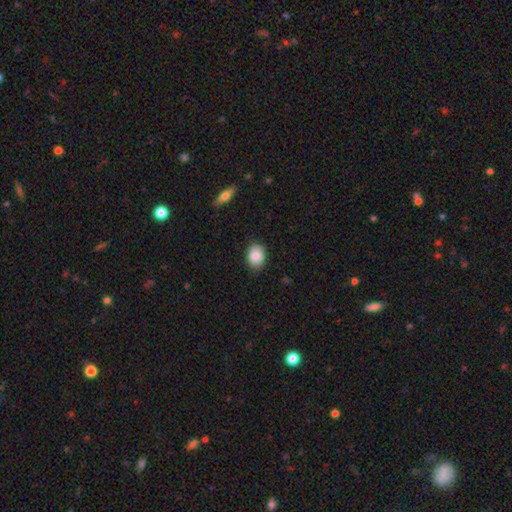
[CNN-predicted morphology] A smooth galaxy with no disk features (87%) that is in between round and cigar-shaped (68%).

Vote fractions:
- Smooth or featured? smooth: 87% / star or artifact: 7% / featured or disk: 5%
- How rounded? in between: 68% / round: 31% / cigar-shaped: 1%
- Merging? none: 83% / minor disturbance: 14% / major disturbance: 2% / merger: 1%